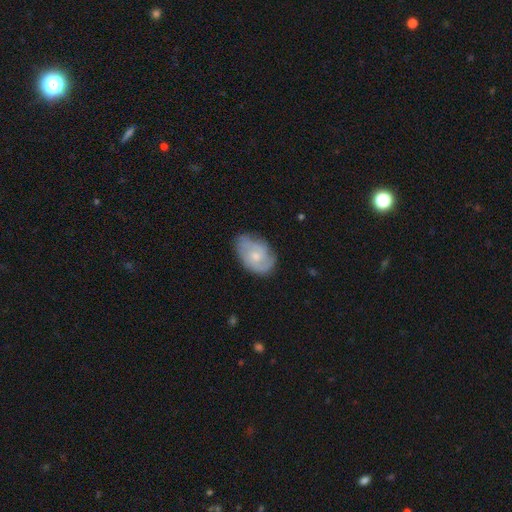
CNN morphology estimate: Smooth or featured?
  - featured or disk: 60% *
  - smooth: 34%
  - star or artifact: 6%
Edge-on disk?
  - no: 96% *
  - yes: 4%
Bar?
  - no: 73% *
  - weak: 24%
  - strong: 3%
Spiral arms?
  - yes: 85% *
  - no: 15%
Bulge size?
  - small: 51% *
  - moderate: 43%
  - none: 3%
  - large: 2%
  - dominant: 1%
Merging?
  - none: 66% *
  - minor disturbance: 26%
  - major disturbance: 7%
  - merger: 1%